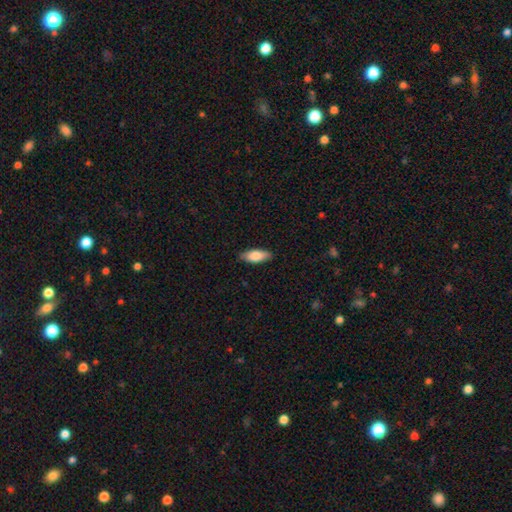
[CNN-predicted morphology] Overall: smooth (80%). How rounded: in between (79%). Merging: none (86%).